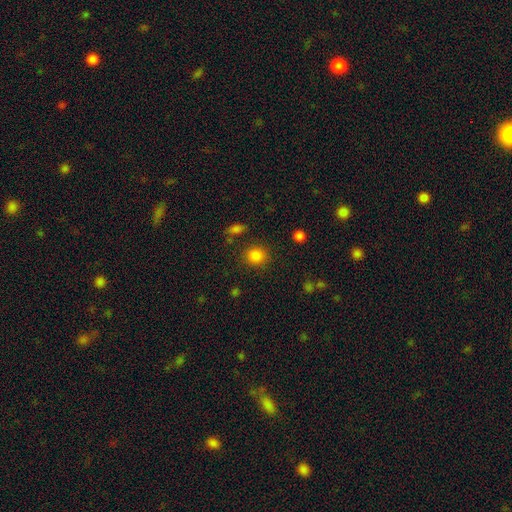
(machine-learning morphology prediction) A smooth galaxy with no disk features (84%) that is round (80%). Merging: none (84%).